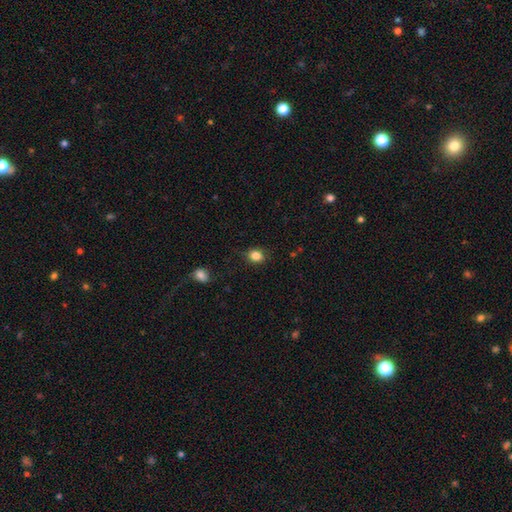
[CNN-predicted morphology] smooth-or-featured: smooth: 85% | star or artifact: 11% | featured or disk: 5%
  how-rounded: round: 56% | in between: 43% | cigar-shaped: 1%
  merging: none: 82% | minor disturbance: 13% | major disturbance: 3% | merger: 1%